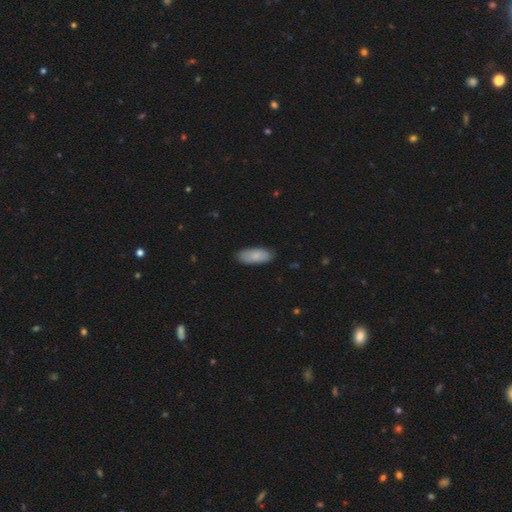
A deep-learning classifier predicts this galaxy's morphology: type=smooth (85%); roundness=in between (83%); merging=none (85%).